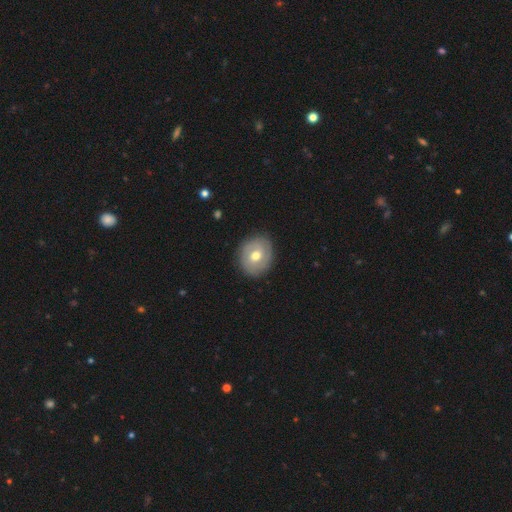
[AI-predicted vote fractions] Smooth or featured? Predicted: featured or disk (p=0.47). Merging? Predicted: none (p=0.84).